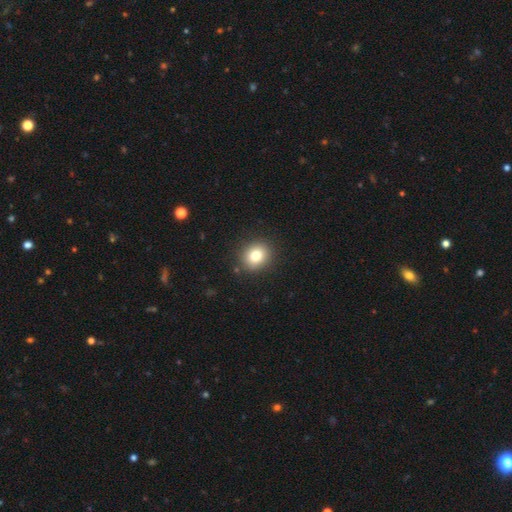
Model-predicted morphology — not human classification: Smooth or featured? Predicted: smooth (p=0.80). How rounded? Predicted: round (p=0.75). Merging? Predicted: none (p=0.89).